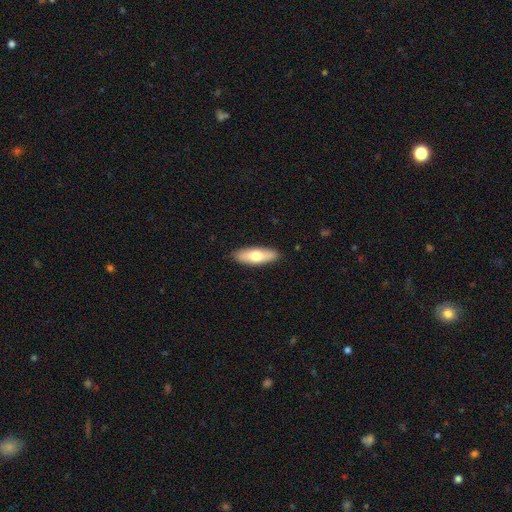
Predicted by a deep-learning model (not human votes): Q: Smooth or featured?
A: smooth (67%); runner-up: featured or disk (28%)
Q: How rounded?
A: in between (62%); runner-up: cigar-shaped (36%)
Q: Merging?
A: none (89%); runner-up: minor disturbance (8%)